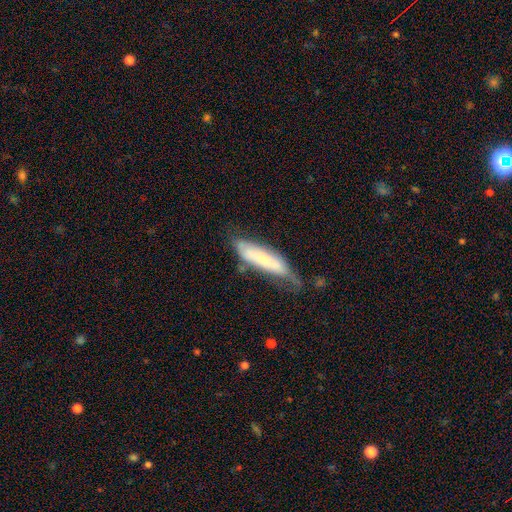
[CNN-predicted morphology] Overall: smooth (49%; featured or disk 43%). Merging: none (45%; minor disturbance 34%).